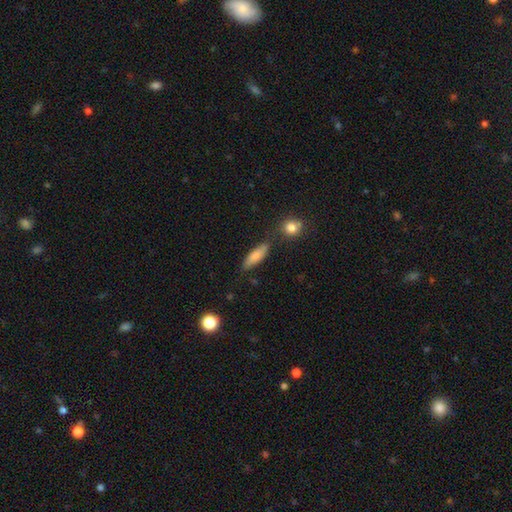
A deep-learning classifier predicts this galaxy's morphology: A smooth galaxy with no disk features (77%) that is in between round and cigar-shaped (53%).

Vote fractions:
- Smooth or featured? smooth: 77% / featured or disk: 15% / star or artifact: 7%
- How rounded? in between: 53% / cigar-shaped: 44% / round: 3%
- Merging? none: 72% / minor disturbance: 16% / merger: 8% / major disturbance: 4%